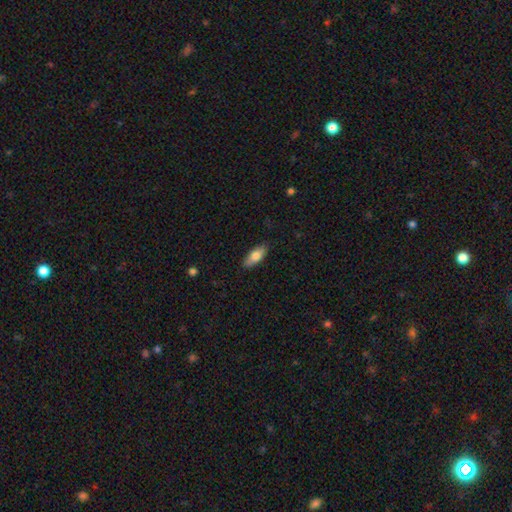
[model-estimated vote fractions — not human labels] smooth-or-featured: smooth: 76% | featured or disk: 18% | star or artifact: 6%
  how-rounded: in between: 73% | cigar-shaped: 25% | round: 2%
  merging: none: 86% | minor disturbance: 11% | major disturbance: 2% | merger: 1%